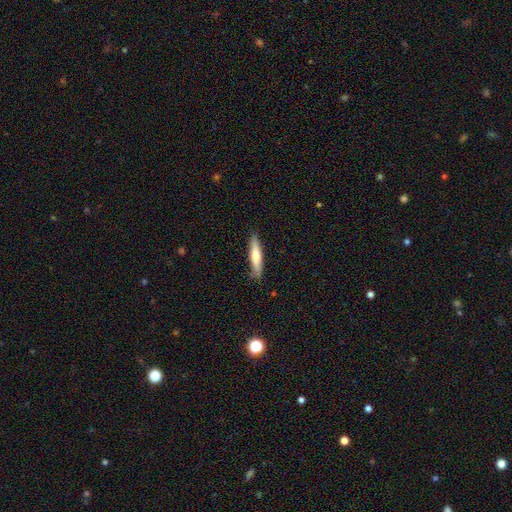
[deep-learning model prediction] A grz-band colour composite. It shows a smooth galaxy with no disk features (63%) that is cigar-shaped (84%). Merging: none (86%).